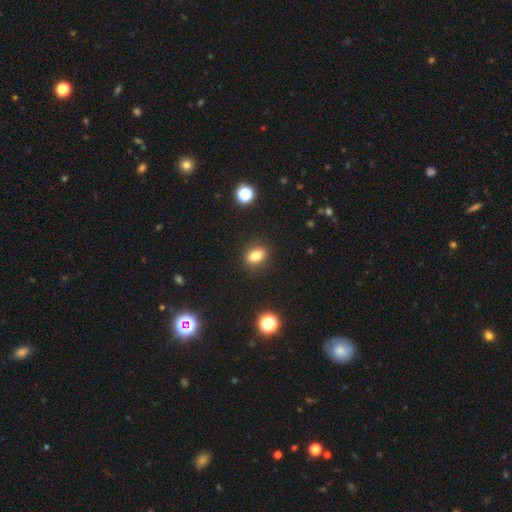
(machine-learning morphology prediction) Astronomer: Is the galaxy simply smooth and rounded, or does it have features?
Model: smooth — 78%.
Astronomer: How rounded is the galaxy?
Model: in between — 69%.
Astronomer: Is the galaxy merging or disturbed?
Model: none — 89%.